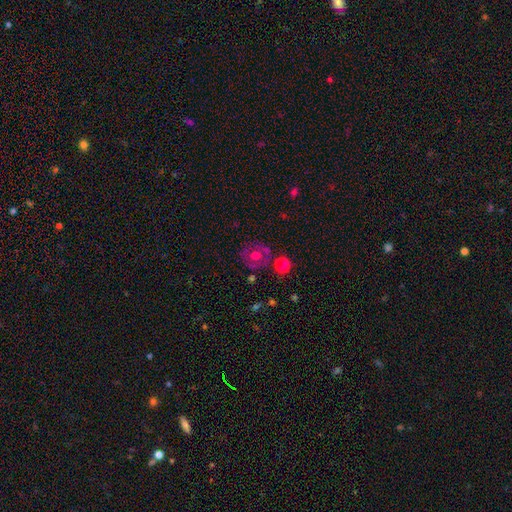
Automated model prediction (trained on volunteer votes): Smooth or featured? Predicted: smooth (p=0.51). How rounded? Predicted: round (p=0.82). Merging? Predicted: none (p=0.73).